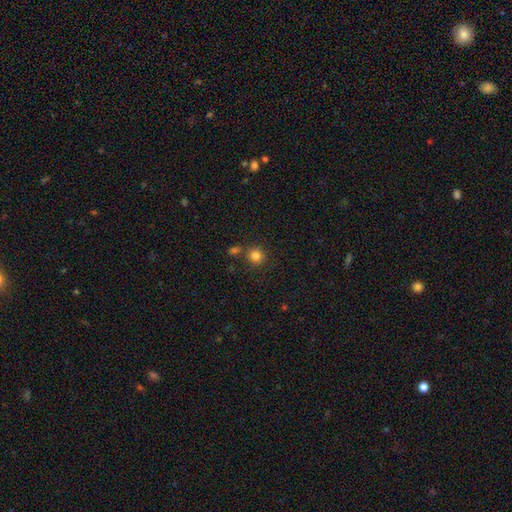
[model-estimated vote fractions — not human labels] This appears to be a smooth galaxy with no disk features (82%) that is round (92%). Merging: none (78%).